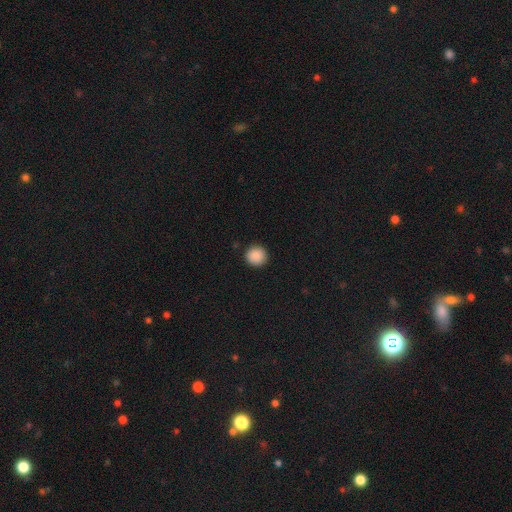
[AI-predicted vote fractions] Smooth or featured? smooth (89%)
How rounded? round (94%)
Merging? none (92%)